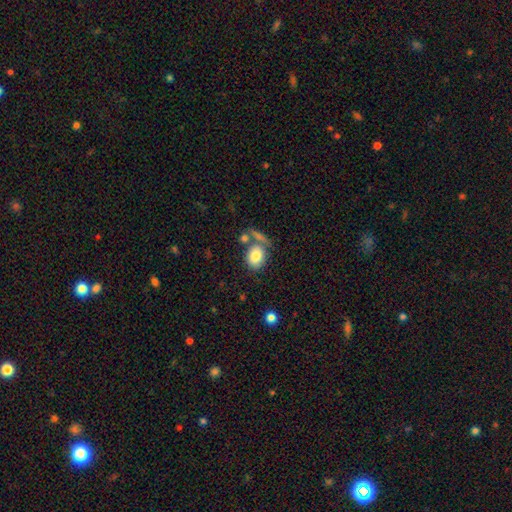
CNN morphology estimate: type=smooth (80%); roundness=in between (63%); merging=none (54%).